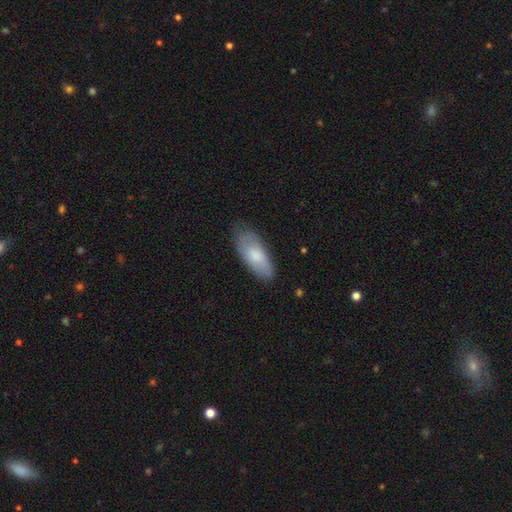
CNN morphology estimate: smooth_or_featured: smooth (p=0.75) [alt: featured or disk p=0.20]
how_rounded: in between (p=0.84) [alt: cigar-shaped p=0.14]
merging: none (p=0.70) [alt: minor disturbance p=0.24]